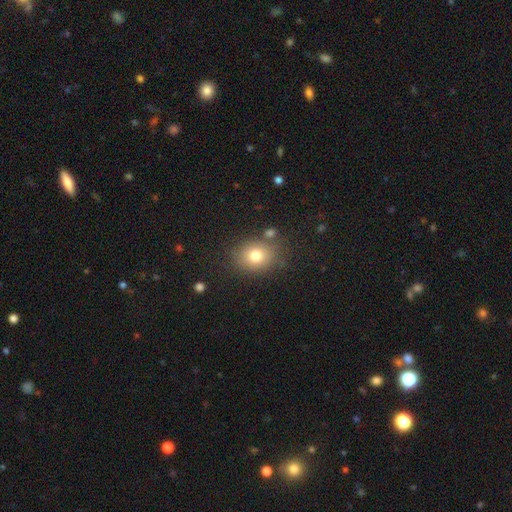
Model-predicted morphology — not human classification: smooth-or-featured: smooth: 77% | star or artifact: 12% | featured or disk: 10%
  how-rounded: round: 56% | in between: 43% | cigar-shaped: 1%
  merging: none: 78% | minor disturbance: 12% | merger: 6% | major disturbance: 4%